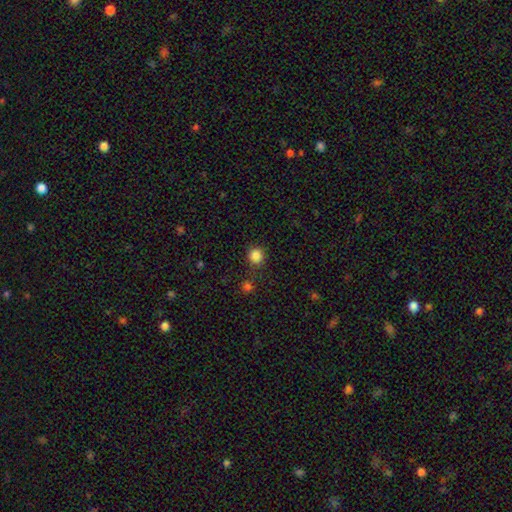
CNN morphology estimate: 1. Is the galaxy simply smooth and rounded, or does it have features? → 84% smooth, 12% star or artifact, 4% featured or disk.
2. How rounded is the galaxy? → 92% round, 7% in between, 1% cigar-shaped.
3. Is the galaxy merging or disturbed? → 83% none, 9% minor disturbance, 5% merger, 3% major disturbance.